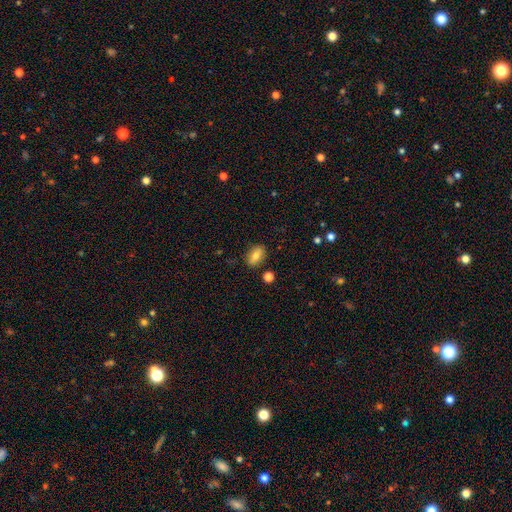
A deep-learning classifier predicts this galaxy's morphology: This appears to be a smooth galaxy with no disk features (72%) that is in between round and cigar-shaped (82%). Merging: none (85%).